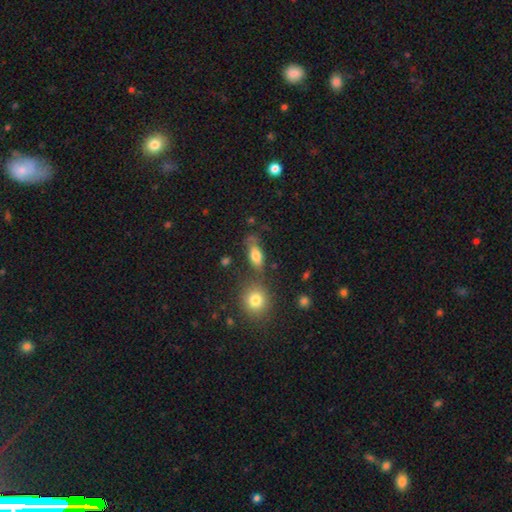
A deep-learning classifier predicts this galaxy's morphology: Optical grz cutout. It shows a smooth galaxy with no disk features (76%) that is in between round and cigar-shaped (77%). Merging: none (58%).